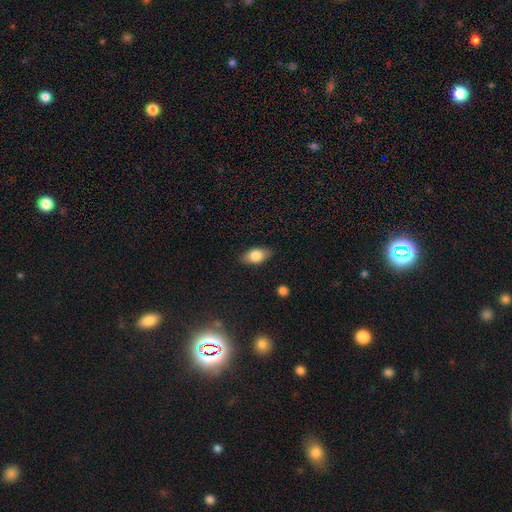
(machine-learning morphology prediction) smooth-or-featured: smooth: 80% | featured or disk: 13% | star or artifact: 7%
  how-rounded: in between: 89% | round: 7% | cigar-shaped: 4%
  merging: none: 85% | minor disturbance: 12% | major disturbance: 3% | merger: 1%